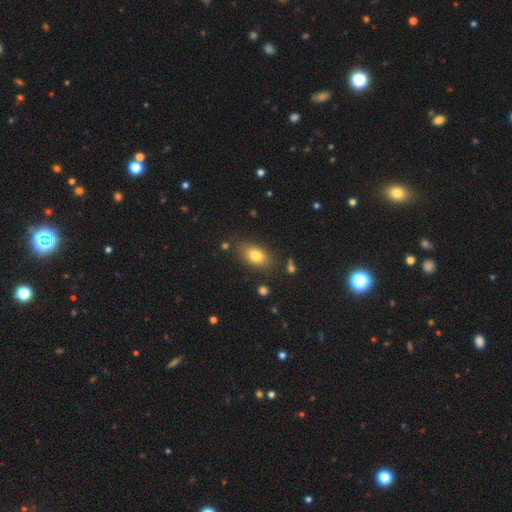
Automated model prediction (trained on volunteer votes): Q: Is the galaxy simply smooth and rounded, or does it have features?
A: smooth — 78%.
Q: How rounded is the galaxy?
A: in between — 83%.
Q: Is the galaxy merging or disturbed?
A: none — 79%.